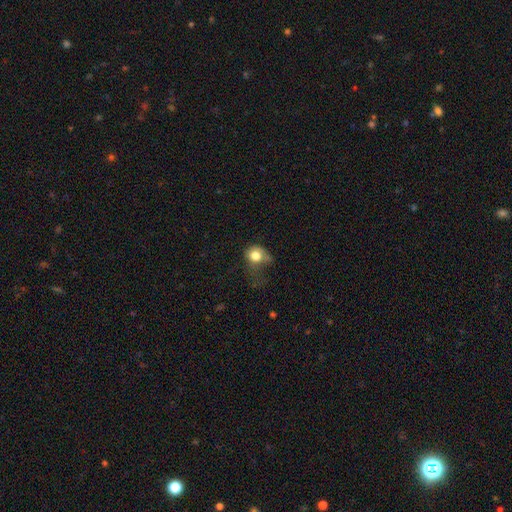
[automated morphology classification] This is likely a smooth galaxy (77%). How rounded: likely round (65%). Merging: marginally major disturbance (40%).